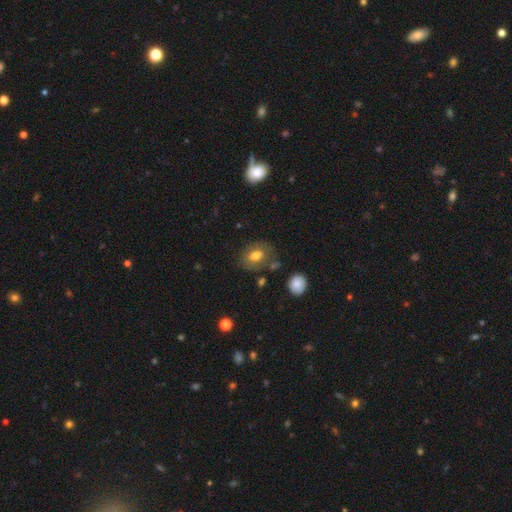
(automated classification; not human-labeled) Q: Smooth or featured?
A: smooth (67%); runner-up: featured or disk (24%)
Q: How rounded?
A: in between (62%); runner-up: round (37%)
Q: Merging?
A: none (73%); runner-up: minor disturbance (16%)